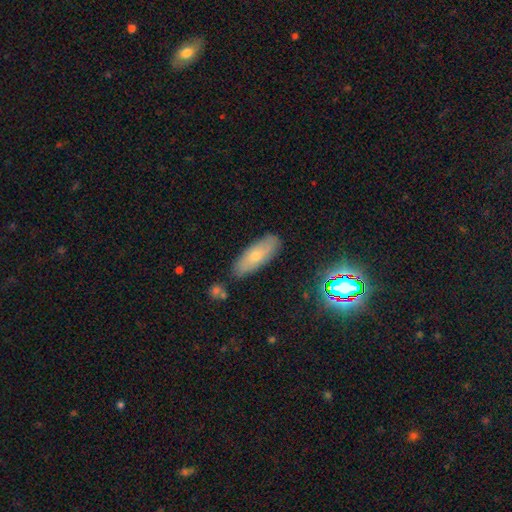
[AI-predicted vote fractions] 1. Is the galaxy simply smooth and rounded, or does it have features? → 65% smooth, 26% featured or disk, 9% star or artifact.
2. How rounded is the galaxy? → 63% in between, 34% cigar-shaped, 3% round.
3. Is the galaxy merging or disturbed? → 83% none, 12% minor disturbance, 2% merger, 2% major disturbance.